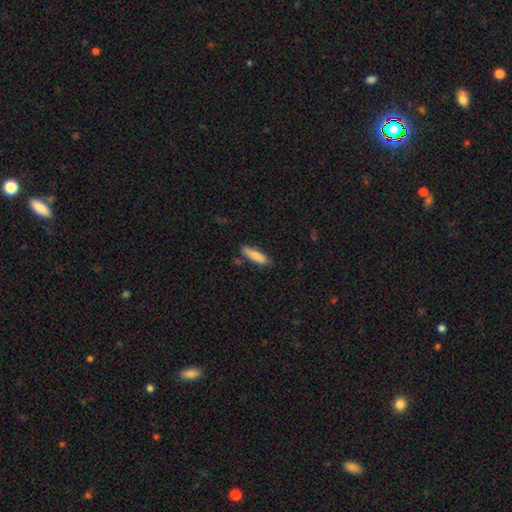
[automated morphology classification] Smooth or featured? smooth (84%)
How rounded? cigar-shaped (70%)
Merging? none (79%)